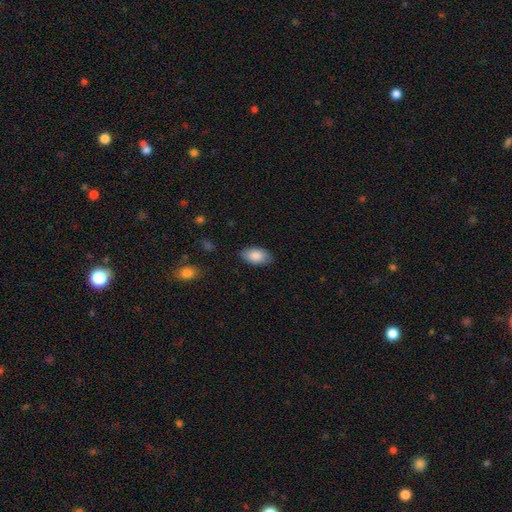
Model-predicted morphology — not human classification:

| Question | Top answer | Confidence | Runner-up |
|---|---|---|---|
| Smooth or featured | smooth | 87% | featured or disk (7%) |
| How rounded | in between | 94% | round (4%) |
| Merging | none | 85% | minor disturbance (12%) |